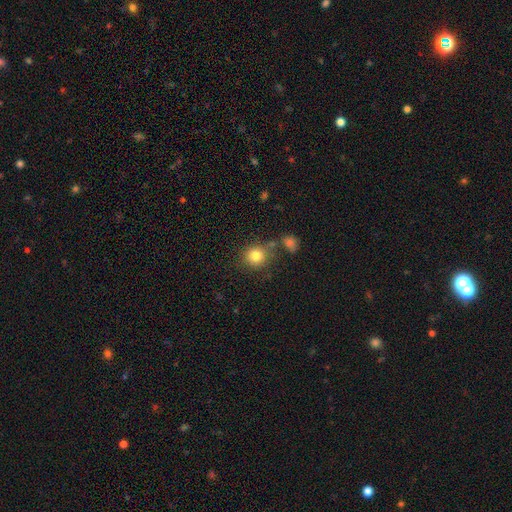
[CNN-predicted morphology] smooth 82%, star or artifact 11%, featured or disk 7%. Down the decision tree: how rounded — round (88%); merging — none (73%).